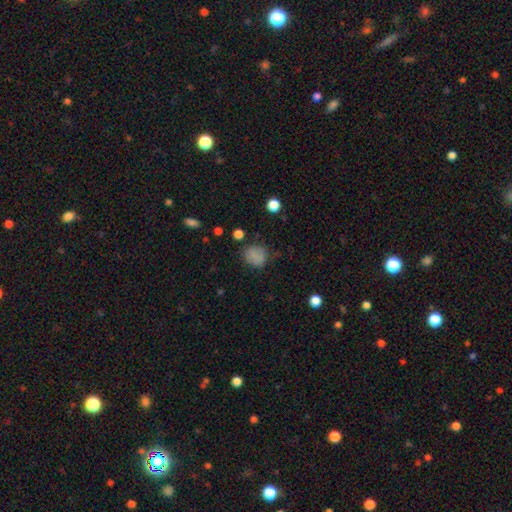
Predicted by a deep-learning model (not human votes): A smooth galaxy with no disk features (79%) that is round (70%).

Vote fractions:
- Smooth or featured? smooth: 79% / star or artifact: 13% / featured or disk: 8%
- How rounded? round: 70% / in between: 29% / cigar-shaped: 1%
- Merging? none: 69% / minor disturbance: 20% / major disturbance: 8% / merger: 3%